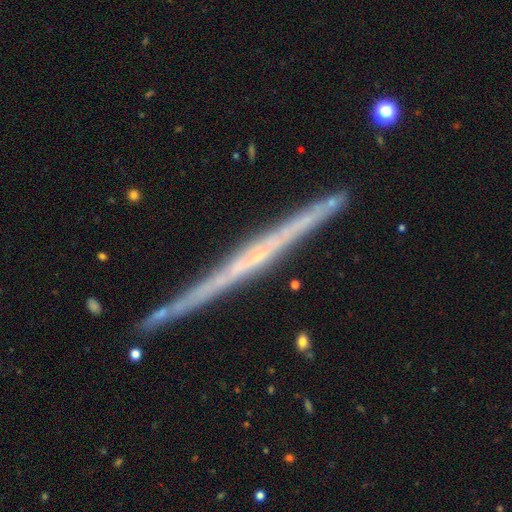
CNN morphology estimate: smooth_or_featured: featured or disk (p=0.77) [alt: smooth p=0.17]
disk_edge_on: yes (p=0.98) [alt: no p=0.02]
edge_on_bulge: none (p=0.77) [alt: rounded p=0.17]
merging: none (p=0.89) [alt: minor disturbance p=0.08]